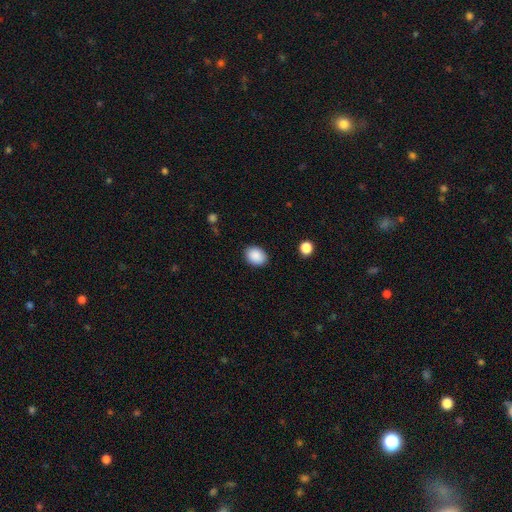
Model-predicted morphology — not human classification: The model was most divided on "how rounded": in between: 62%, round: 37%, cigar-shaped: 1%. More confident: smooth or featured — smooth (89%); merging — none (88%).